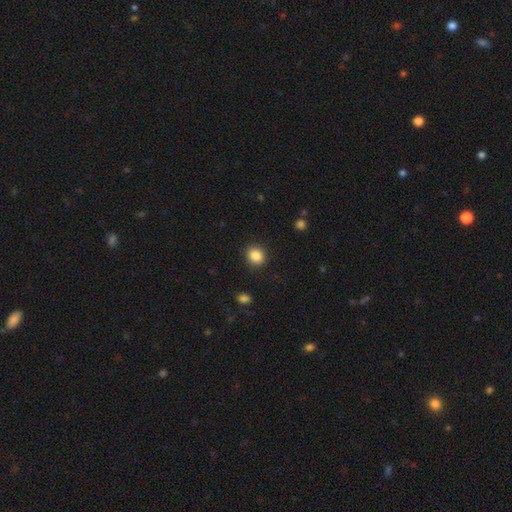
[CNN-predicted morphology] This appears to be a smooth galaxy with no disk features (86%) that is round (79%). Merging: none (91%).